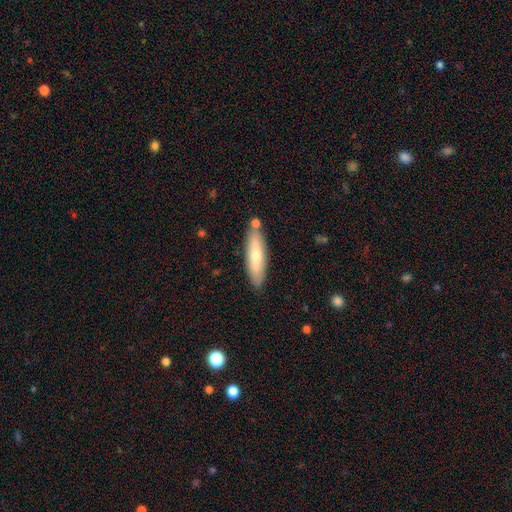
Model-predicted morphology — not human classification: This appears to be a smooth galaxy with no disk features (64%) that is cigar-shaped (70%). Merging: none (79%).